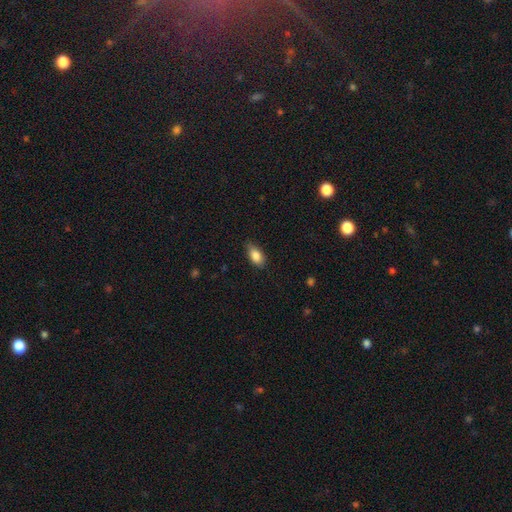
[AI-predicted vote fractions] smooth 85%, featured or disk 7%, star or artifact 7%. Down the decision tree: how rounded — in between (89%); merging — none (75%).